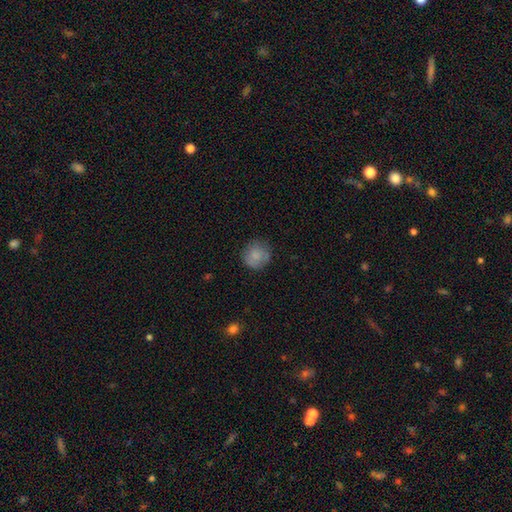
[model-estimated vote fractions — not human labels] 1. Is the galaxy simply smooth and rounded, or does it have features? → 83% smooth, 9% featured or disk, 8% star or artifact.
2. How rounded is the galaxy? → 91% round, 8% in between, 1% cigar-shaped.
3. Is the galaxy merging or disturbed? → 79% none, 16% minor disturbance, 4% major disturbance, 1% merger.